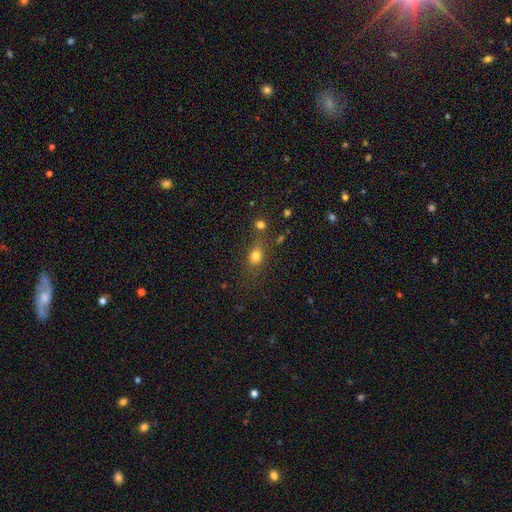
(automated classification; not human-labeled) Smooth or featured? Predicted: smooth (p=0.76). How rounded? Predicted: in between (p=0.53). Merging? Predicted: none (p=0.61).